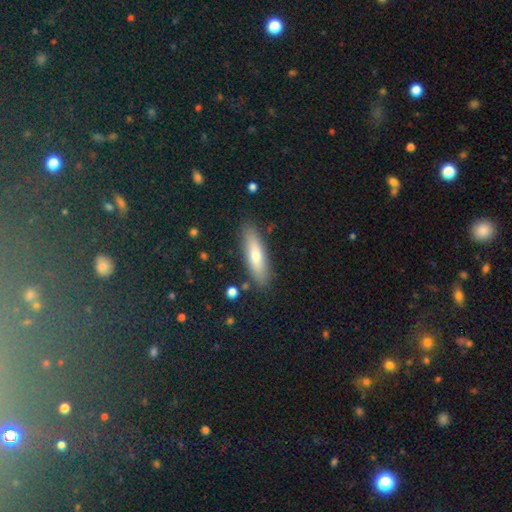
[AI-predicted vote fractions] smooth 66%, featured or disk 27%, star or artifact 7%. Down the decision tree: how rounded — cigar-shaped (65%); merging — none (87%).